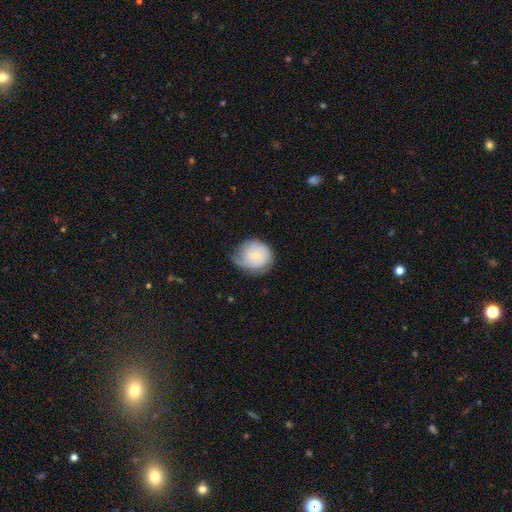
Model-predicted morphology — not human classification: type=smooth (59%); roundness=round (81%); merging=none (45%).